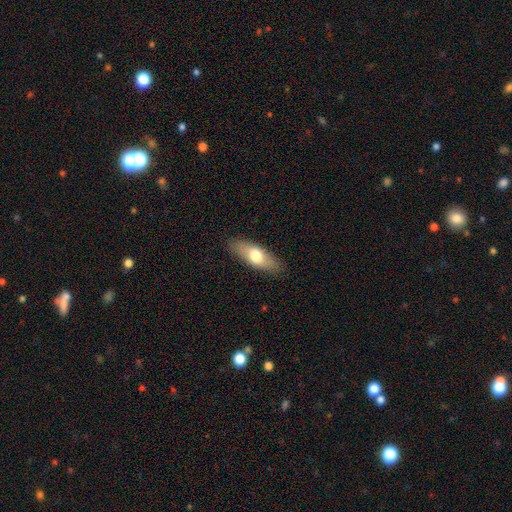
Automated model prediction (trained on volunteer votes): The model was most divided on "how rounded": in between: 69%, cigar-shaped: 28%, round: 3%. More confident: merging — none (85%); smooth or featured — smooth (68%).